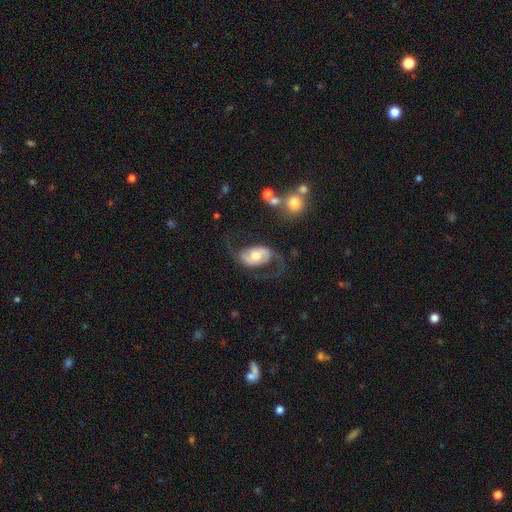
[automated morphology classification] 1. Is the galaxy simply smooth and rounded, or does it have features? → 78% featured or disk, 17% smooth, 6% star or artifact.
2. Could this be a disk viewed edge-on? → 96% no, 4% yes.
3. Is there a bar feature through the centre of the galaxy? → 52% no, 31% weak, 16% strong.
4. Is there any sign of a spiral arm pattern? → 90% yes, 10% no.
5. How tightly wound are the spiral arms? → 60% loose, 32% medium, 8% tight.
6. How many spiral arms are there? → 91% 2, 3% can't tell, 3% 1, 1% 3, 1% 4, 1% more than 4.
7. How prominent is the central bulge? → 68% moderate, 18% small, 11% large, 2% dominant, 1% none.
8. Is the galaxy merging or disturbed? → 62% none, 20% major disturbance, 16% minor disturbance, 3% merger.